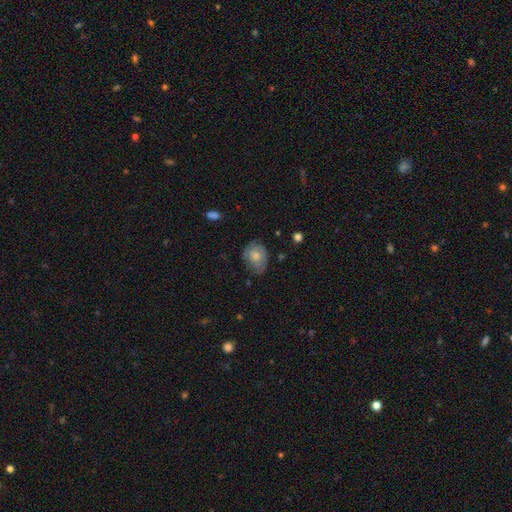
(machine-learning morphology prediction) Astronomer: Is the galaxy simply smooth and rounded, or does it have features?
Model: smooth — 64%.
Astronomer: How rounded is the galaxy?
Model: in between — 53% (runner-up: round, 46%).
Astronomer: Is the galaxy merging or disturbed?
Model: none — 55% (runner-up: minor disturbance, 31%).